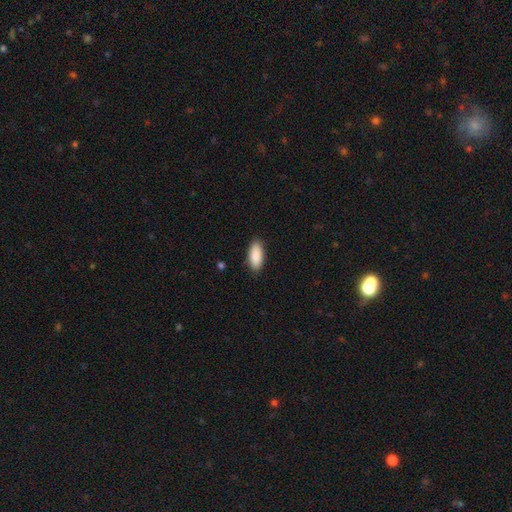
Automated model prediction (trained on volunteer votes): The model was most divided on "how rounded": in between: 87%, cigar-shaped: 11%, round: 2%. More confident: smooth or featured — smooth (90%); merging — none (88%).